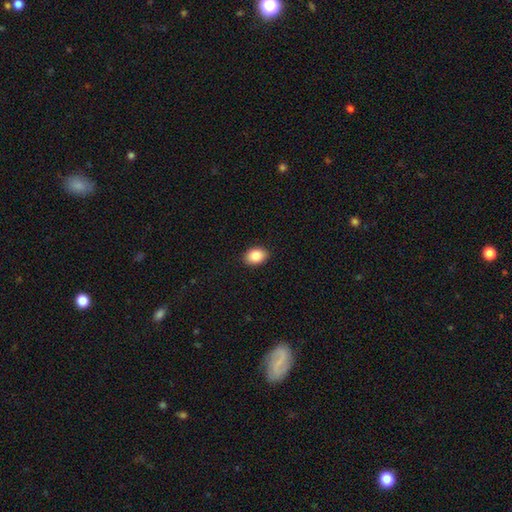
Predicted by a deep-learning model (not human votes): A smooth galaxy with no disk features (86%) that is in between round and cigar-shaped (79%).

Vote fractions:
- Smooth or featured? smooth: 86% / star or artifact: 8% / featured or disk: 6%
- How rounded? in between: 79% / round: 20% / cigar-shaped: 1%
- Merging? none: 90% / minor disturbance: 7% / major disturbance: 2% / merger: 1%